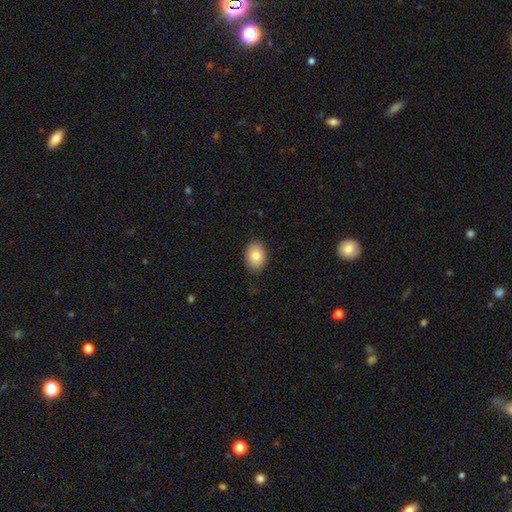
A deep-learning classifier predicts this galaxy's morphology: This is clearly a smooth galaxy (84%). How rounded: likely in between (74%). Merging: clearly none (87%).